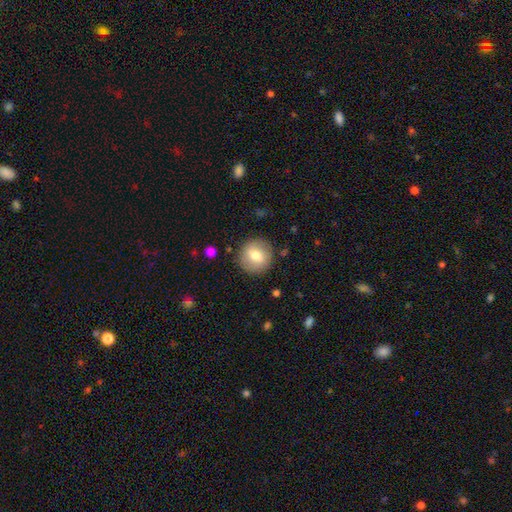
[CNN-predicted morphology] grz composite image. It shows a smooth galaxy with no disk features (72%) that is round (92%). Merging: none (88%).